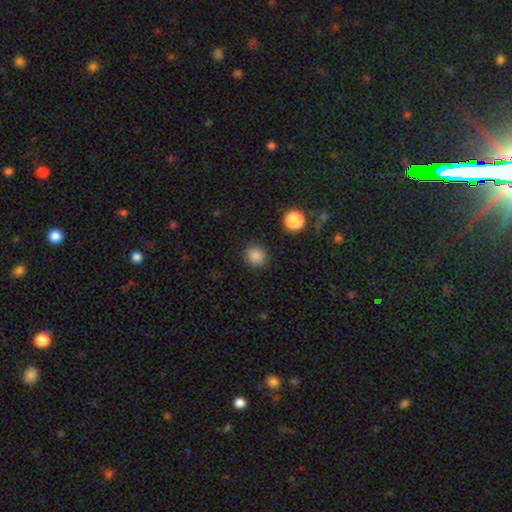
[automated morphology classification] The model was most divided on "smooth or featured": smooth: 85%, star or artifact: 12%, featured or disk: 3%. More confident: how rounded — round (91%); merging — none (90%).